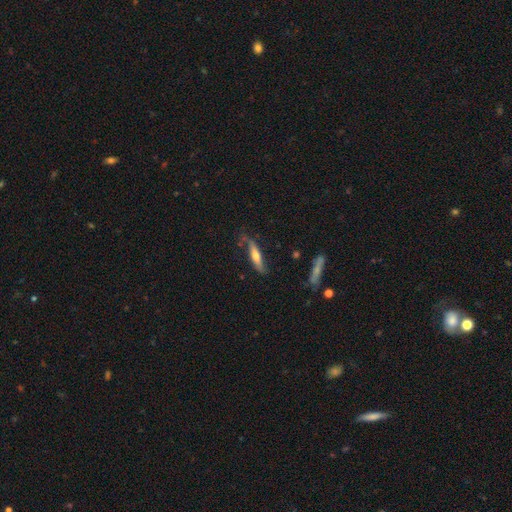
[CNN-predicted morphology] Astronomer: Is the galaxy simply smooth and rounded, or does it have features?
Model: featured or disk — 52% (runner-up: smooth, 42%).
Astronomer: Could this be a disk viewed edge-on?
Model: yes — 80%.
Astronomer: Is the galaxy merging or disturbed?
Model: none — 67%.